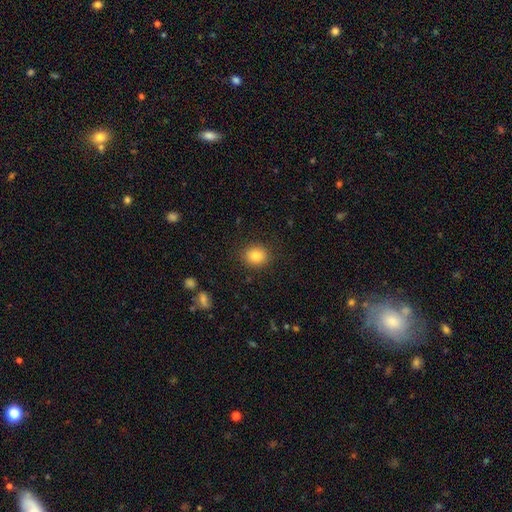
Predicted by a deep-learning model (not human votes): Smooth or featured? Predicted: smooth (p=0.83). How rounded? Predicted: round (p=0.72). Merging? Predicted: none (p=0.88).